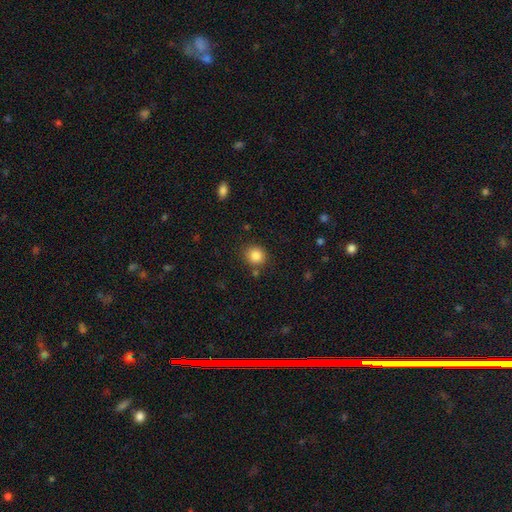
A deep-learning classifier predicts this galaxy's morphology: Q: Smooth or featured?
A: smooth (85%); runner-up: star or artifact (10%)
Q: How rounded?
A: round (81%); runner-up: in between (18%)
Q: Merging?
A: none (81%); runner-up: minor disturbance (11%)